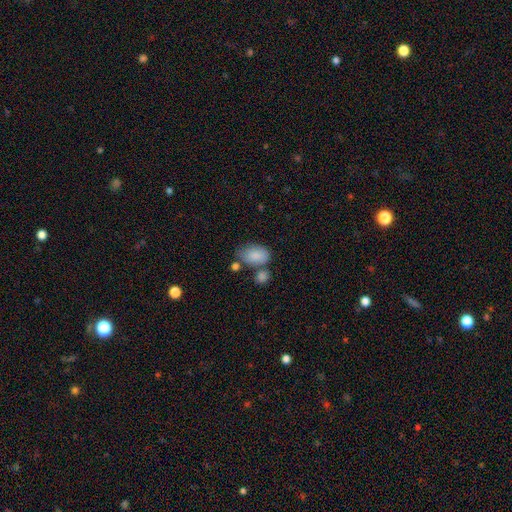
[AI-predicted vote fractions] The model was most divided on "merging": none: 51%, minor disturbance: 21%, merger: 20%, major disturbance: 8%. More confident: how rounded — in between (90%); smooth or featured — smooth (85%).